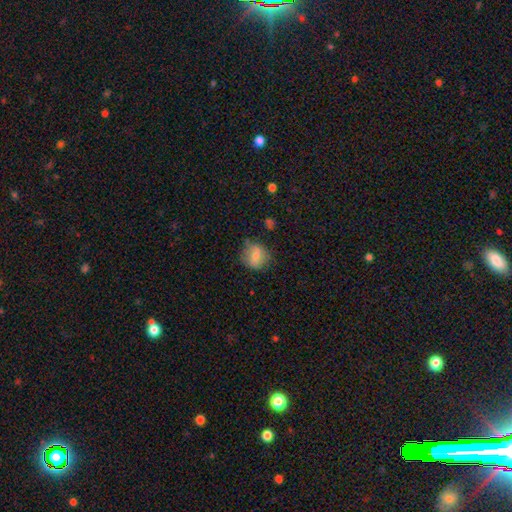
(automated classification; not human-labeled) This appears to be a smooth galaxy with no disk features (72%) that is round (74%). Merging: none (71%).